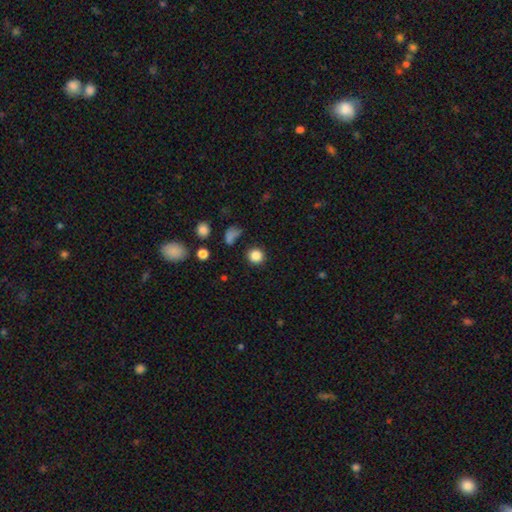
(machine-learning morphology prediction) Smooth or featured? Predicted: smooth (p=0.85). How rounded? Predicted: round (p=0.92). Merging? Predicted: none (p=0.85).